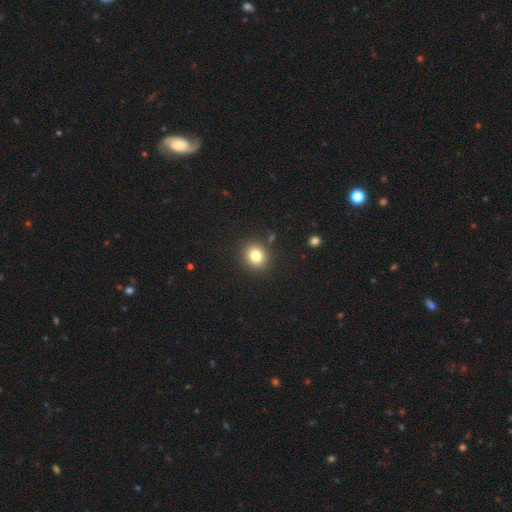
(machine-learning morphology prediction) A smooth galaxy with no disk features (80%) that is round (81%). Merging: none (89%).